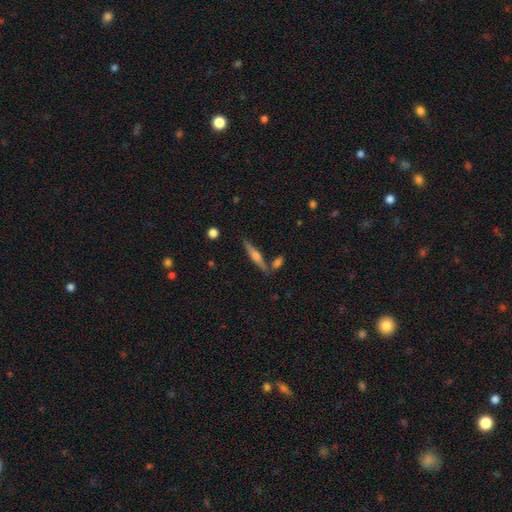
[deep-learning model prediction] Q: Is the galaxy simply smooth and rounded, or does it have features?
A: featured or disk — 64%.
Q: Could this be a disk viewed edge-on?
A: yes — 97%.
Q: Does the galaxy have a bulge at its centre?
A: rounded — 85%.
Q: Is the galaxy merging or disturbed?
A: none — 81%.